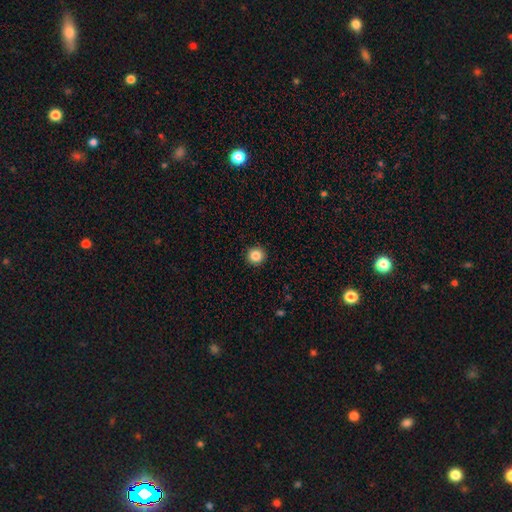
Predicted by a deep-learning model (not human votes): smooth 85%, star or artifact 10%, featured or disk 4%. Down the decision tree: how rounded — round (94%); merging — none (93%).